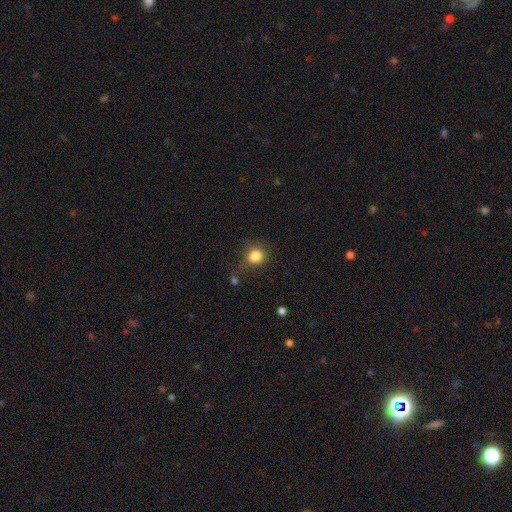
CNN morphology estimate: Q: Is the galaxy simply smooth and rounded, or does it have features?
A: smooth — 84%.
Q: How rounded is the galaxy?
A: round — 86%.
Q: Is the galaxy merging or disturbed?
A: none — 78%.